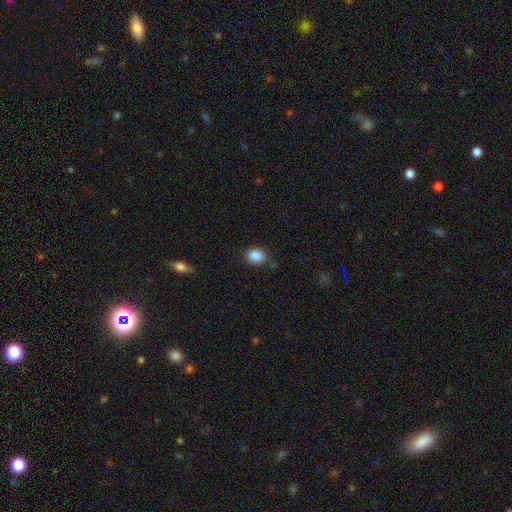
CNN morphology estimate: This appears to be a smooth galaxy with no disk features (88%) that is in between round and cigar-shaped (64%). Merging: none (78%).